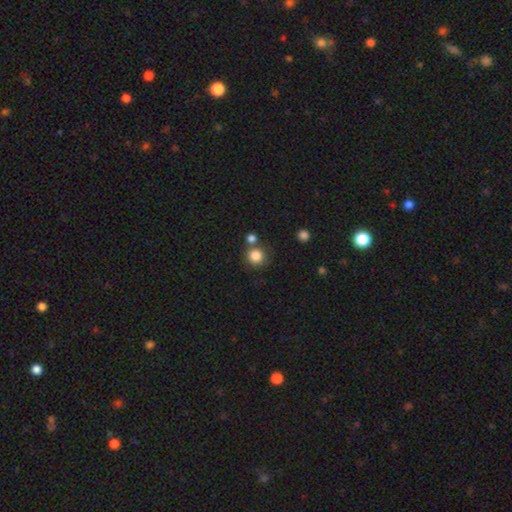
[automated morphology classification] smooth 84%, star or artifact 11%, featured or disk 5%. Down the decision tree: how rounded — round (92%); merging — none (70%).